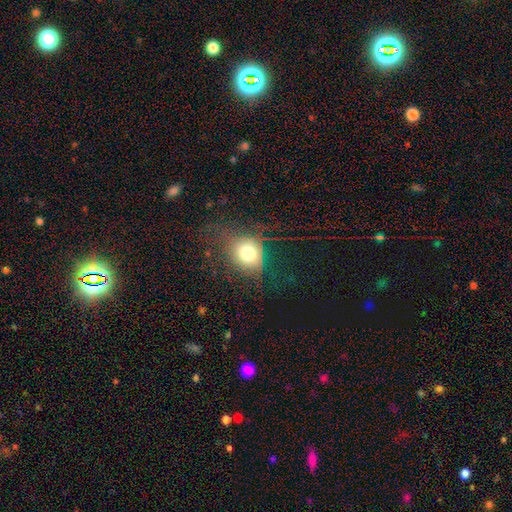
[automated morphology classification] The model was most divided on "how rounded": round: 68%, in between: 31%, cigar-shaped: 1%. More confident: smooth or featured — smooth (69%); merging — none (59%).